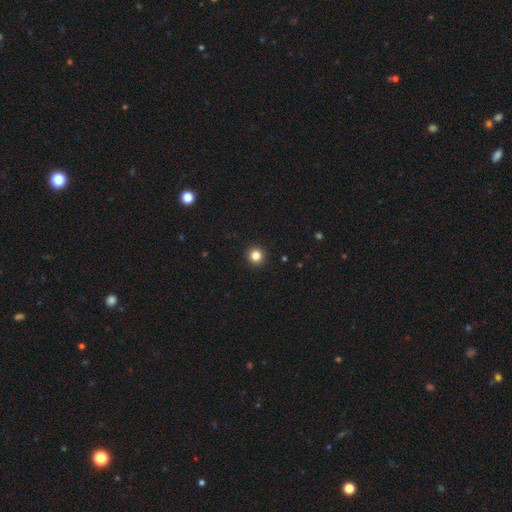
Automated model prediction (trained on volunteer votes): Q: Smooth or featured?
A: smooth (83%); runner-up: star or artifact (12%)
Q: How rounded?
A: round (95%); runner-up: in between (4%)
Q: Merging?
A: none (94%); runner-up: minor disturbance (4%)